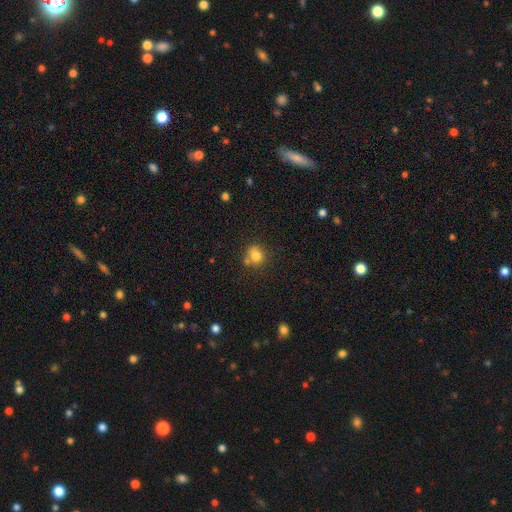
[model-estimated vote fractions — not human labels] A smooth galaxy with no disk features (77%) that is round (81%). Merging: none (59%).